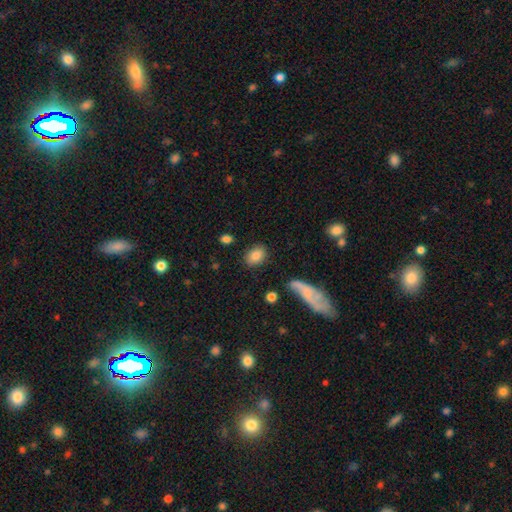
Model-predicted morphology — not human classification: Q: Smooth or featured?
A: smooth (83%); runner-up: featured or disk (9%)
Q: How rounded?
A: in between (75%); runner-up: round (23%)
Q: Merging?
A: none (84%); runner-up: minor disturbance (10%)